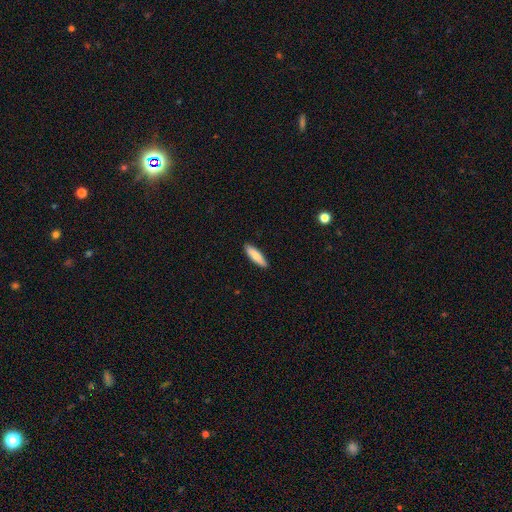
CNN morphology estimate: Smooth or featured? Predicted: smooth (p=0.83). How rounded? Predicted: cigar-shaped (p=0.62). Merging? Predicted: none (p=0.89).